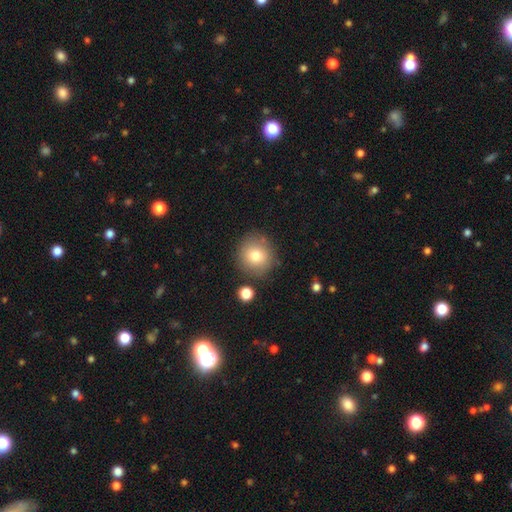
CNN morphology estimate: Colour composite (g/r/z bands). It shows a smooth galaxy with no disk features (78%) that is round (90%). Merging: none (82%).